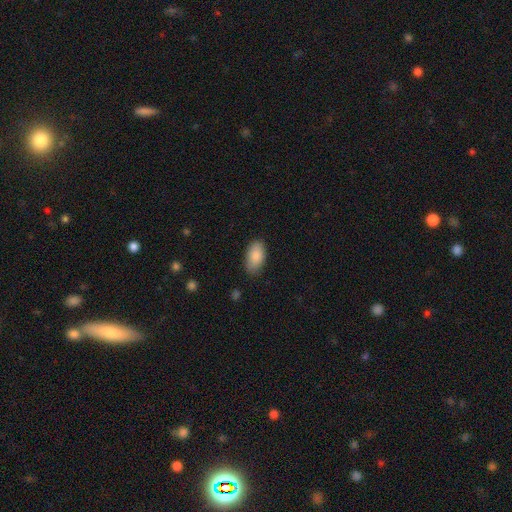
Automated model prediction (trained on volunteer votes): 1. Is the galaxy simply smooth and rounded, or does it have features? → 87% smooth, 7% featured or disk, 6% star or artifact.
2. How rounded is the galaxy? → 94% in between, 3% round, 3% cigar-shaped.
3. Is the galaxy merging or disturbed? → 83% none, 13% minor disturbance, 3% major disturbance, 1% merger.